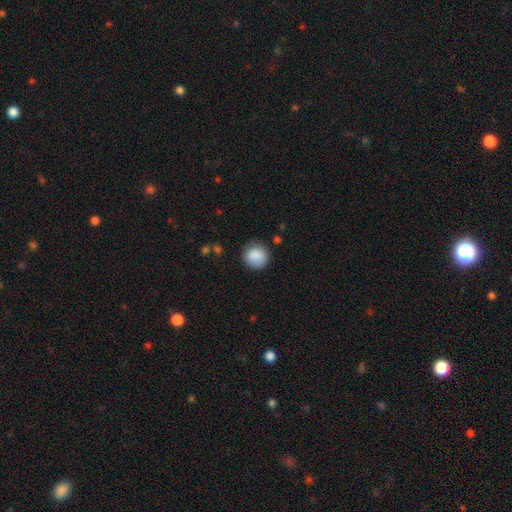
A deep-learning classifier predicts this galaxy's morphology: smooth 88%, star or artifact 8%, featured or disk 4%. Down the decision tree: how rounded — round (92%); merging — none (86%).